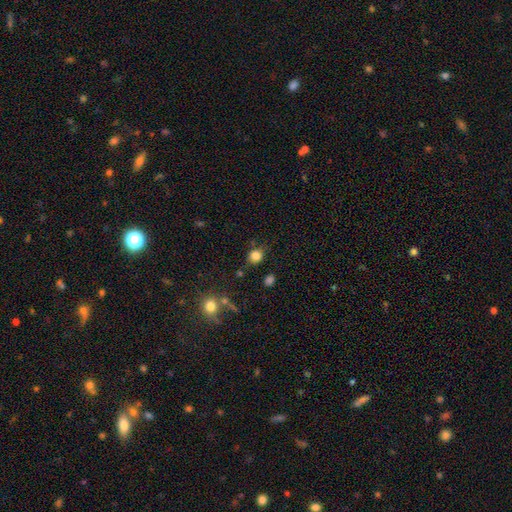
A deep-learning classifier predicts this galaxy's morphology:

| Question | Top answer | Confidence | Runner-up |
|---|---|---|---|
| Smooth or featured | smooth | 82% | star or artifact (12%) |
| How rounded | round | 73% | in between (26%) |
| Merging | none | 75% | minor disturbance (16%) |